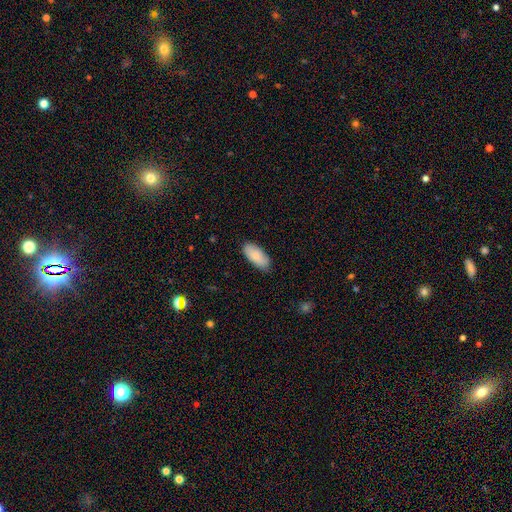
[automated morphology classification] Q: Smooth or featured?
A: smooth (84%); runner-up: featured or disk (11%)
Q: How rounded?
A: in between (91%); runner-up: cigar-shaped (7%)
Q: Merging?
A: none (82%); runner-up: minor disturbance (15%)